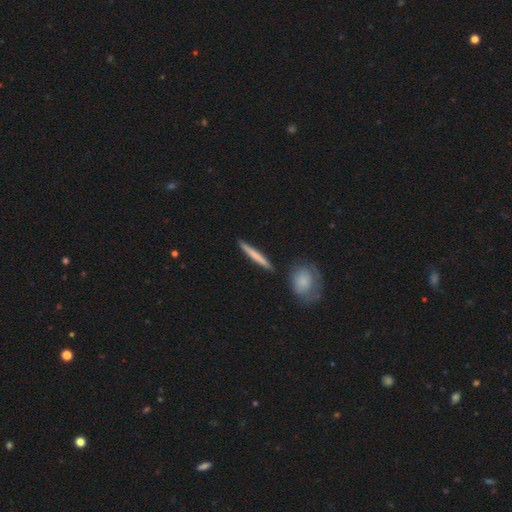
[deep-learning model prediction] Overall: smooth (64%; featured or disk 31%). How rounded: cigar-shaped (94%). Merging: none (87%).